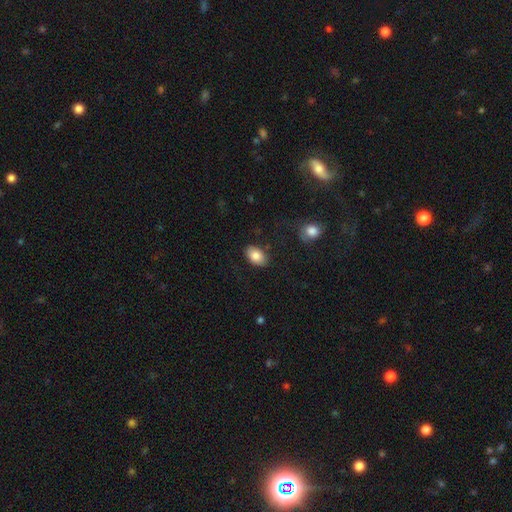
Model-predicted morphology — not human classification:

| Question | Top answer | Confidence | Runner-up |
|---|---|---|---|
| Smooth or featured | smooth | 84% | featured or disk (9%) |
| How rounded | in between | 89% | round (10%) |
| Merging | none | 85% | minor disturbance (10%) |